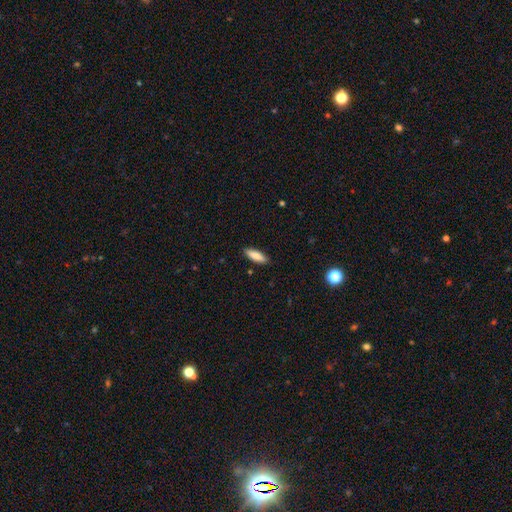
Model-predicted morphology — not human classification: type=smooth (83%); roundness=in between (51%); merging=none (89%).